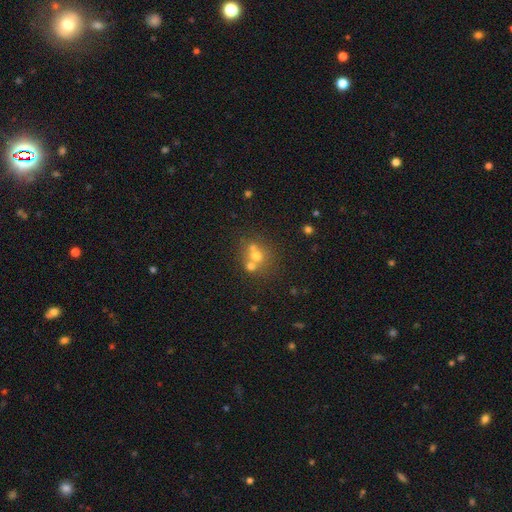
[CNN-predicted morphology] Smooth or featured?
  - smooth: 58% *
  - featured or disk: 23%
  - star or artifact: 19%
How rounded?
  - round: 79% *
  - in between: 20%
  - cigar-shaped: 1%
Merging?
  - merger: 49% *
  - none: 40%
  - minor disturbance: 7%
  - major disturbance: 4%